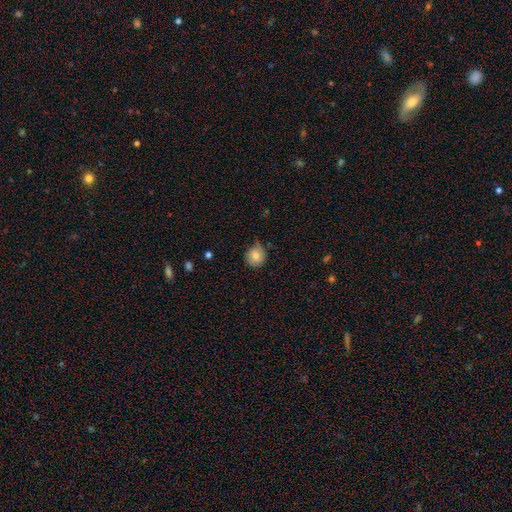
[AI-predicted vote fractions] A smooth galaxy with no disk features (79%) that is round (90%).

Vote fractions:
- Smooth or featured? smooth: 79% / featured or disk: 12% / star or artifact: 9%
- How rounded? round: 90% / in between: 10% / cigar-shaped: 1%
- Merging? none: 64% / minor disturbance: 29% / major disturbance: 6% / merger: 2%